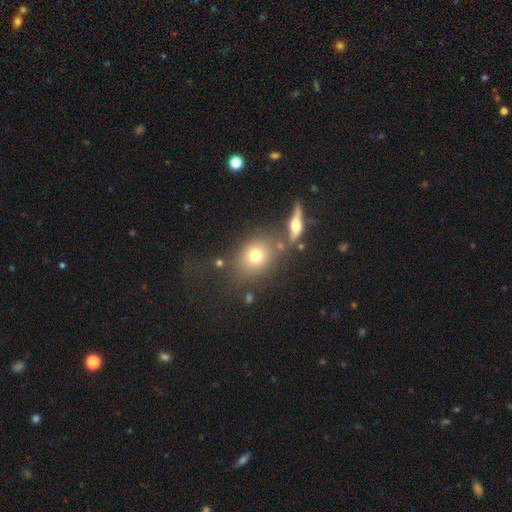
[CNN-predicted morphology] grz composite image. It shows a smooth galaxy with no disk features (71%) that is round (51%). Merging: none (65%).